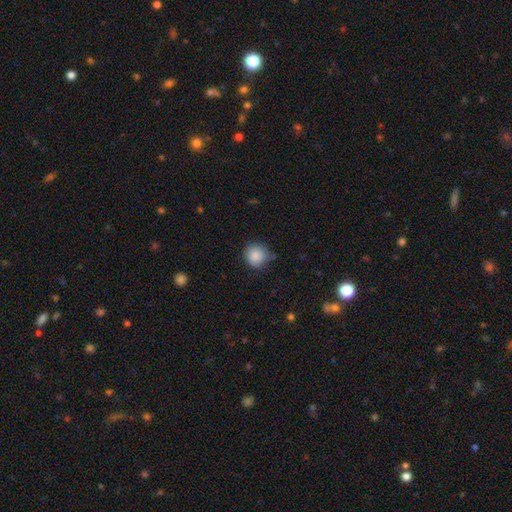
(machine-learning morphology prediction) Smooth or featured: smooth — 87% (star or artifact — 8%)
How rounded: round — 91% (in between — 8%)
Merging: none — 71% (minor disturbance — 23%)